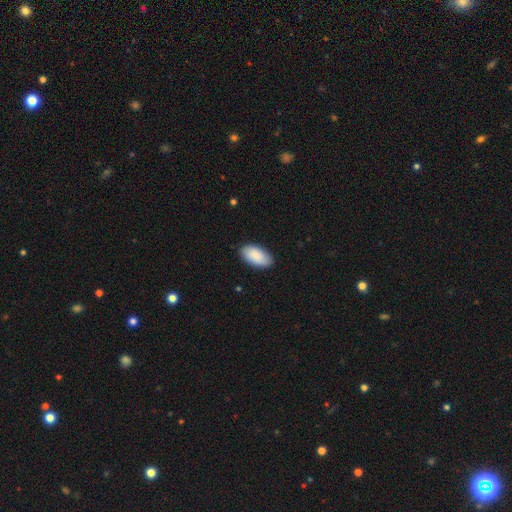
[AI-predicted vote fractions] A smooth galaxy with no disk features (86%) that is in between round and cigar-shaped (95%). Merging: none (86%).